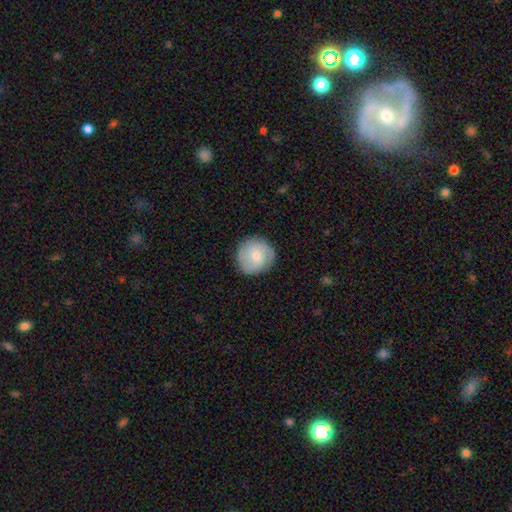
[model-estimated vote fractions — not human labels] Q: Smooth or featured?
A: smooth (60%); runner-up: featured or disk (34%)
Q: How rounded?
A: round (93%); runner-up: in between (6%)
Q: Merging?
A: none (85%); runner-up: minor disturbance (11%)